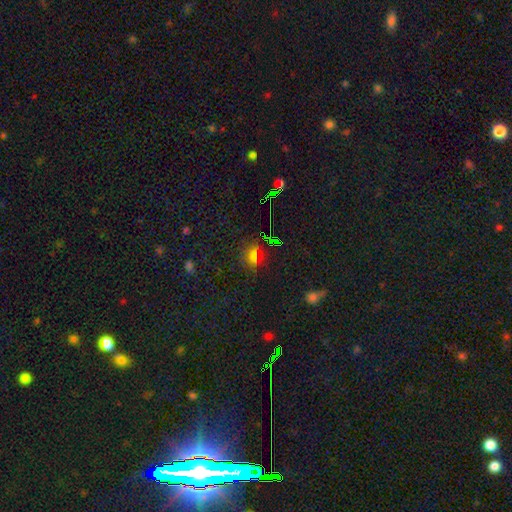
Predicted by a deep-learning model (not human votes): The model was most divided on "smooth or featured": smooth: 49%, star or artifact: 43%, featured or disk: 8%. More confident: merging — none (79%).